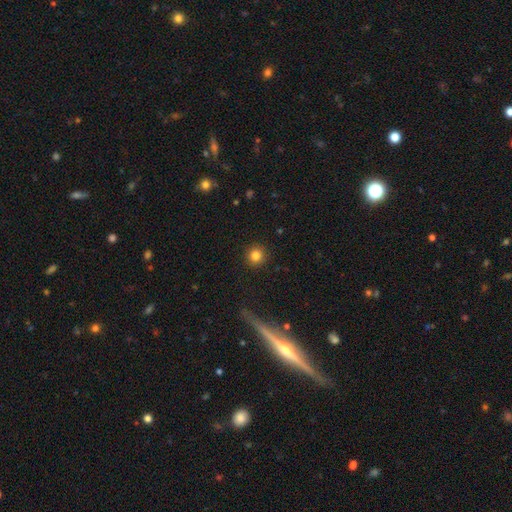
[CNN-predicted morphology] A smooth galaxy with no disk features (83%) that is round (95%).

Vote fractions:
- Smooth or featured? smooth: 83% / star or artifact: 11% / featured or disk: 6%
- How rounded? round: 95% / in between: 4% / cigar-shaped: 1%
- Merging? none: 91% / minor disturbance: 5% / major disturbance: 2% / merger: 1%